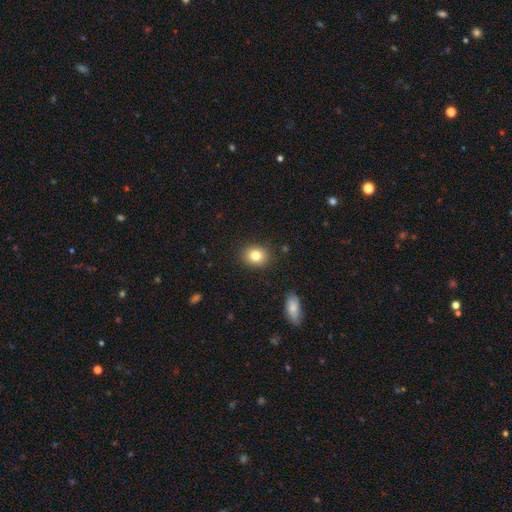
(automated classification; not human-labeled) smooth_or_featured: smooth (p=0.82) [alt: star or artifact p=0.10]
how_rounded: round (p=0.60) [alt: in between p=0.39]
merging: none (p=0.88) [alt: minor disturbance p=0.08]